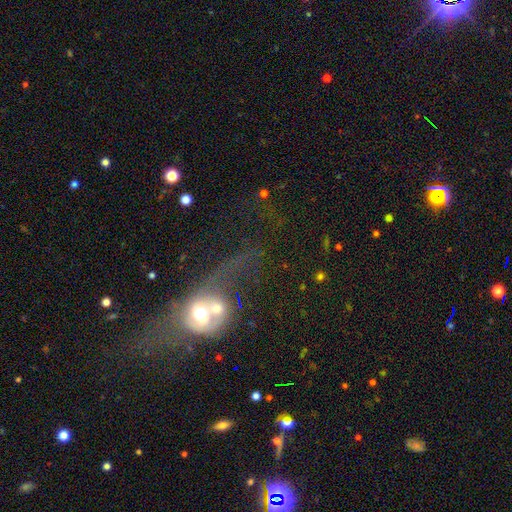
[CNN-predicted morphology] type=featured or disk (42%); merging=merger (68%).